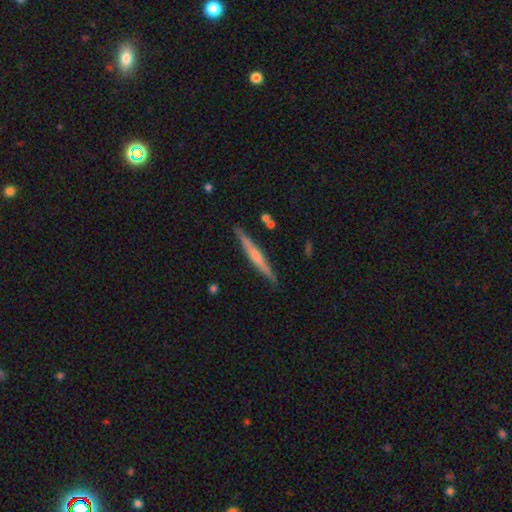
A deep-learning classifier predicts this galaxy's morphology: This appears to be a featured or disk galaxy (59%) viewed edge-on (97%) with a rounded central bulge (47%). Merging: none (88%).